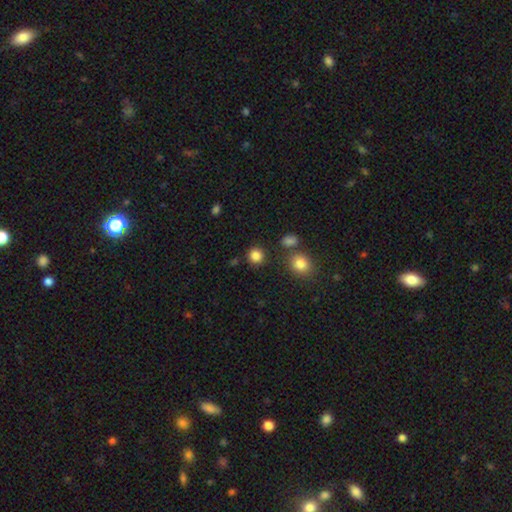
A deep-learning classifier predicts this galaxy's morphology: smooth-or-featured: smooth: 84% | star or artifact: 12% | featured or disk: 4%
  how-rounded: round: 90% | in between: 9% | cigar-shaped: 1%
  merging: none: 85% | minor disturbance: 7% | merger: 5% | major disturbance: 3%